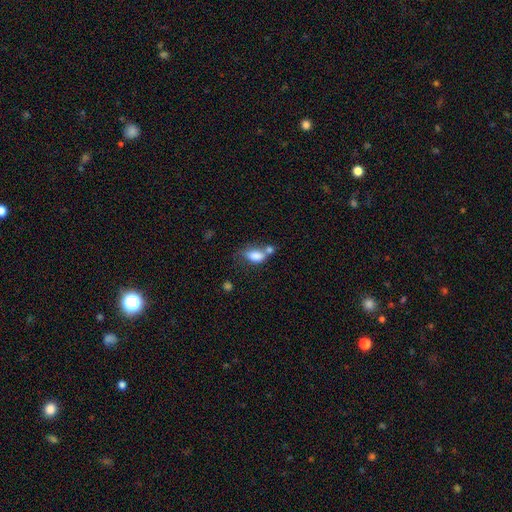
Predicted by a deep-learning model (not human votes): This is clearly a smooth galaxy (80%). How rounded: clearly in between (87%). Merging: marginally merger (43%).